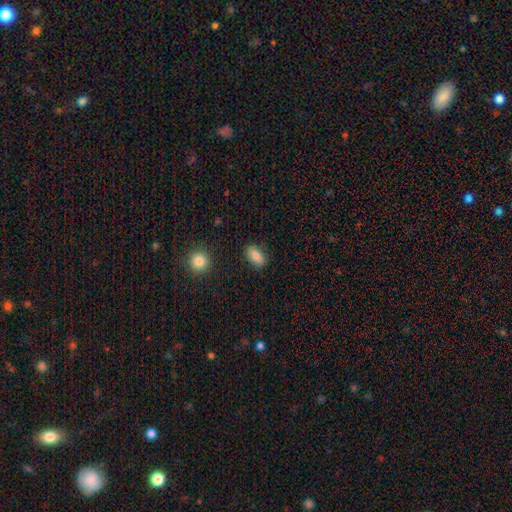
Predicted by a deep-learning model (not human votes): Smooth or featured: smooth — 81% (featured or disk — 11%)
How rounded: in between — 87% (round — 8%)
Merging: none — 85% (minor disturbance — 11%)